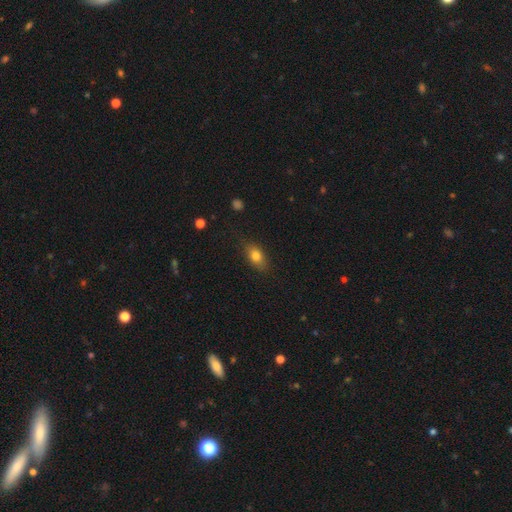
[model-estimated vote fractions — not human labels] Smooth or featured? smooth (78%)
How rounded? in between (80%)
Merging? none (79%)